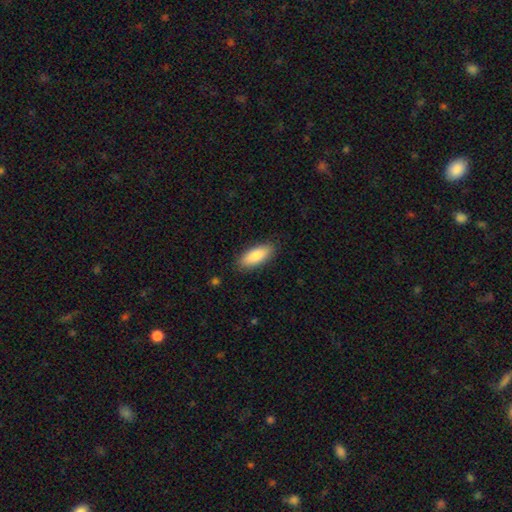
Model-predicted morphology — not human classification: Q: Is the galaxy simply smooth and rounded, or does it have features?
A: smooth — 86%.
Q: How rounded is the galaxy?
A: in between — 79%.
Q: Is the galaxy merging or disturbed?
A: none — 87%.